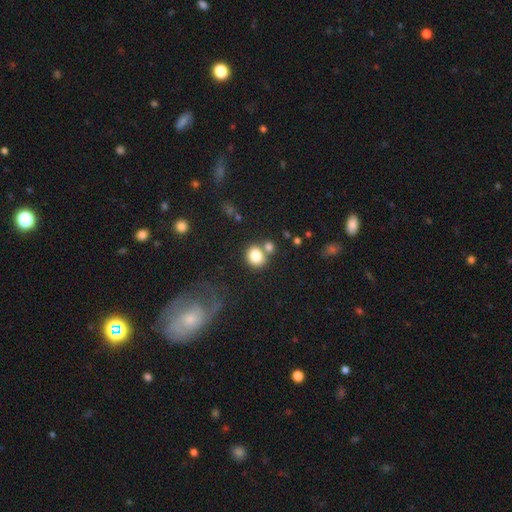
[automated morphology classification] Smooth or featured?
  - smooth: 83% *
  - star or artifact: 10%
  - featured or disk: 8%
How rounded?
  - round: 71% *
  - in between: 28%
  - cigar-shaped: 1%
Merging?
  - none: 58% *
  - merger: 26%
  - minor disturbance: 11%
  - major disturbance: 5%